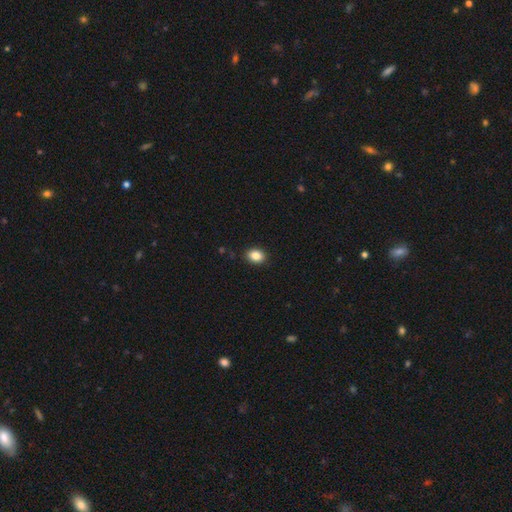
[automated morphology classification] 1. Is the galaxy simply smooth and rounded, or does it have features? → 86% smooth, 9% star or artifact, 5% featured or disk.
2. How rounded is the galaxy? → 65% in between, 34% round, 1% cigar-shaped.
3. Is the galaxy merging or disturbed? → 89% none, 8% minor disturbance, 2% major disturbance, 1% merger.